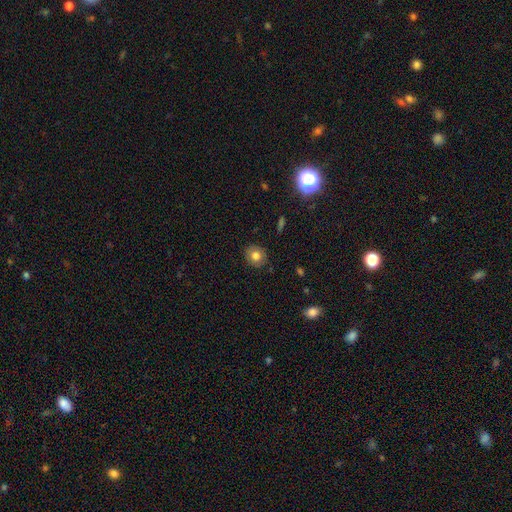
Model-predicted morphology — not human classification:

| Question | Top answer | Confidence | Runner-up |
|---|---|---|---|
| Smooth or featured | smooth | 78% | featured or disk (11%) |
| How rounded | round | 77% | in between (22%) |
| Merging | none | 87% | minor disturbance (10%) |